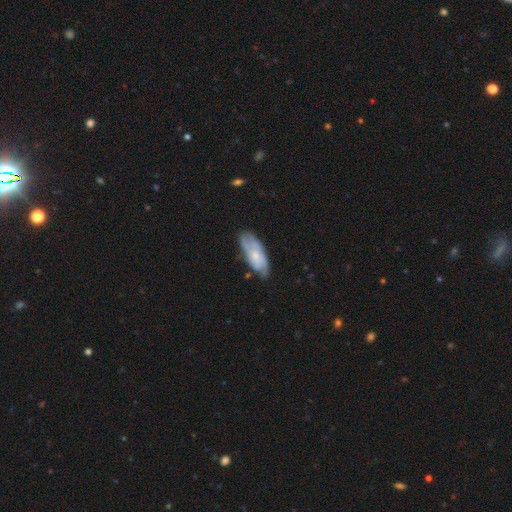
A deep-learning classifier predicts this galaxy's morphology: A smooth galaxy with no disk features (53%) that is in between round and cigar-shaped (79%). Merging: none (63%).